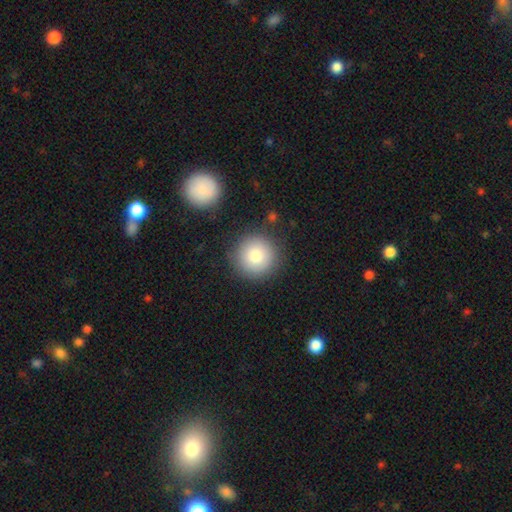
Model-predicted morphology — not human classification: Smooth or featured? smooth (81%)
How rounded? round (95%)
Merging? none (87%)